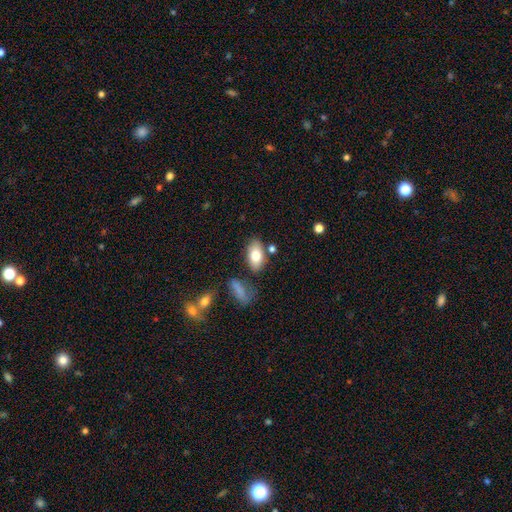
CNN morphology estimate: Overall: smooth (77%). How rounded: in between (92%). Merging: none (74%).